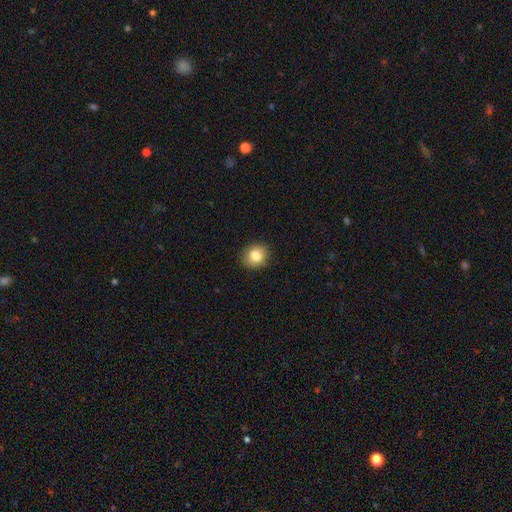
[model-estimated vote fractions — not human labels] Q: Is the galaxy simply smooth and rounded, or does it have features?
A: smooth — 82%.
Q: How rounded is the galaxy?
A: round — 72%.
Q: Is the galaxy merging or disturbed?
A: none — 89%.